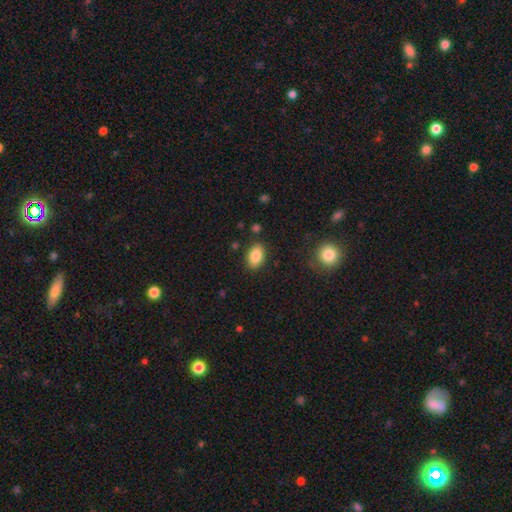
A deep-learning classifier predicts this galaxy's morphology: A smooth galaxy with no disk features (85%) that is in between round and cigar-shaped (89%). Merging: none (85%).